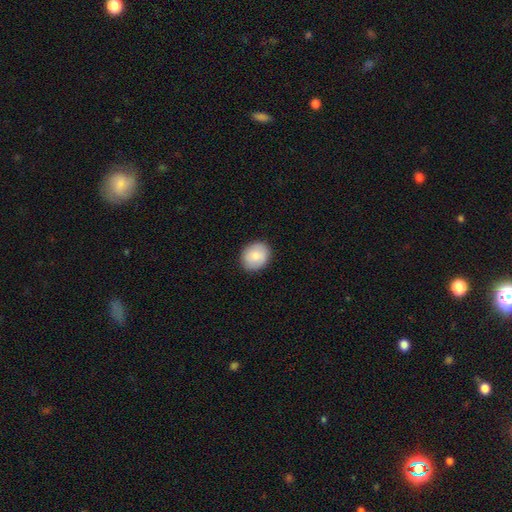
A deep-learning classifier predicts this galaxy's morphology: A smooth galaxy with no disk features (84%) that is round (62%).

Vote fractions:
- Smooth or featured? smooth: 84% / featured or disk: 10% / star or artifact: 7%
- How rounded? round: 62% / in between: 37% / cigar-shaped: 1%
- Merging? none: 89% / minor disturbance: 8% / major disturbance: 2% / merger: 1%